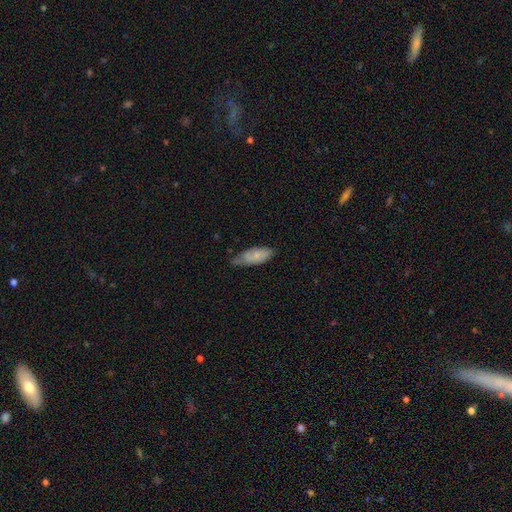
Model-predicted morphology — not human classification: A smooth galaxy with no disk features (70%) that is in between round and cigar-shaped (82%). Merging: none (48%).